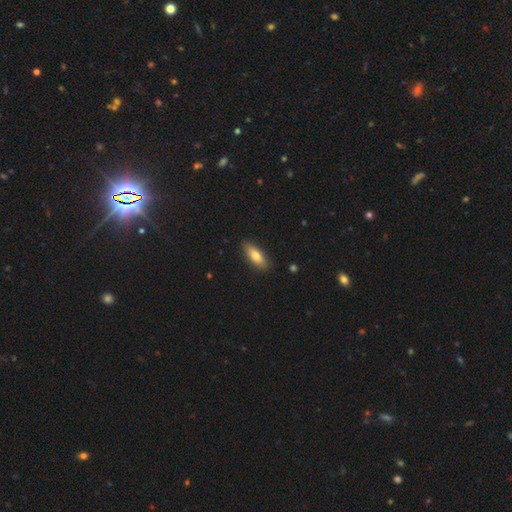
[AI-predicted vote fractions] Morphology: type=smooth (75%); roundness=in between (66%); merging=none (87%).